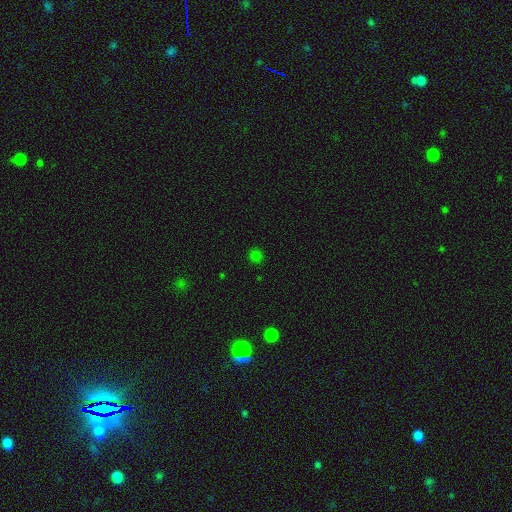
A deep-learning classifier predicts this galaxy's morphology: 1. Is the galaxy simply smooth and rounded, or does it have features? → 75% smooth, 21% star or artifact, 4% featured or disk.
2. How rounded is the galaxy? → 91% round, 8% in between, 1% cigar-shaped.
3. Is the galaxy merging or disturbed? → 90% none, 7% minor disturbance, 2% major disturbance, 1% merger.